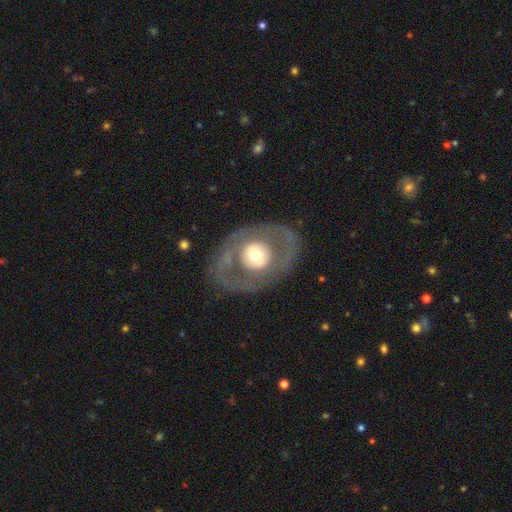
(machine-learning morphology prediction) smooth_or_featured: featured or disk (p=0.61) [alt: smooth p=0.33]
disk_edge_on: no (p=0.93) [alt: yes p=0.07]
bar: no (p=0.83) [alt: weak p=0.11]
has_spiral_arms: no (p=0.81) [alt: yes p=0.19]
bulge_size: moderate (p=0.57) [alt: large p=0.29]
merging: none (p=0.77) [alt: major disturbance p=0.11]